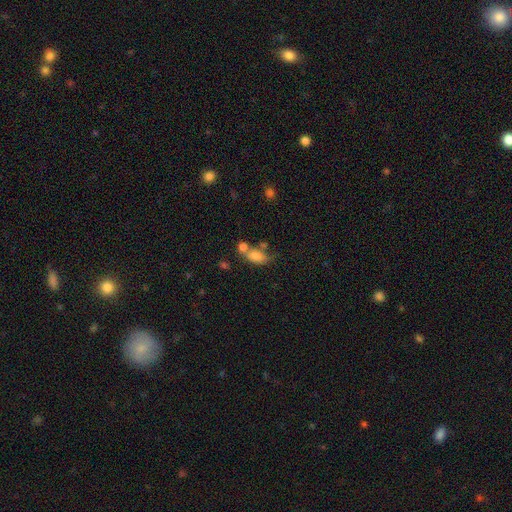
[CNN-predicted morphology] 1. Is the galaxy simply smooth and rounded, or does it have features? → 78% smooth, 12% featured or disk, 11% star or artifact.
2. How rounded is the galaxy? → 85% in between, 10% round, 4% cigar-shaped.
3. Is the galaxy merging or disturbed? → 40% merger, 34% none, 16% minor disturbance, 10% major disturbance.